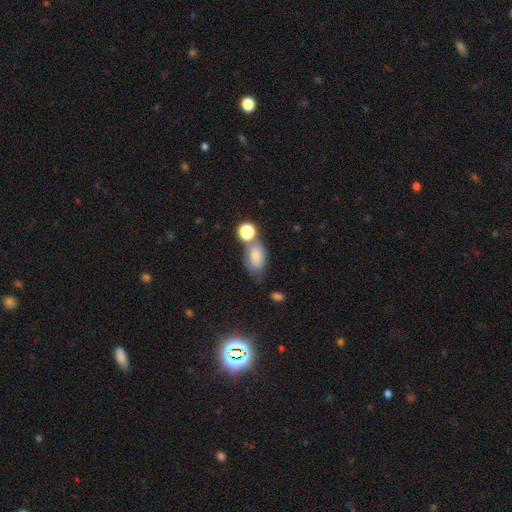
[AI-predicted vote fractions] Smooth or featured? smooth (76%)
How rounded? in between (86%)
Merging? none (46%)